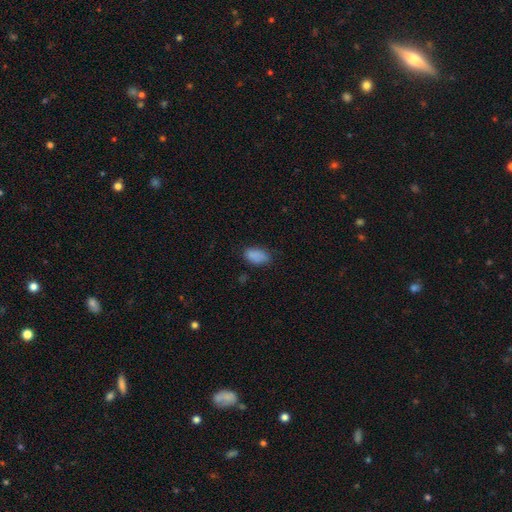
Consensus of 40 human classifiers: Q: Smooth or featured?
A: smooth (82%); runner-up: featured or disk (10%)
Q: How rounded?
A: in between (94%); runner-up: round (3%)
Q: Merging?
A: none (68%); runner-up: minor disturbance (27%)